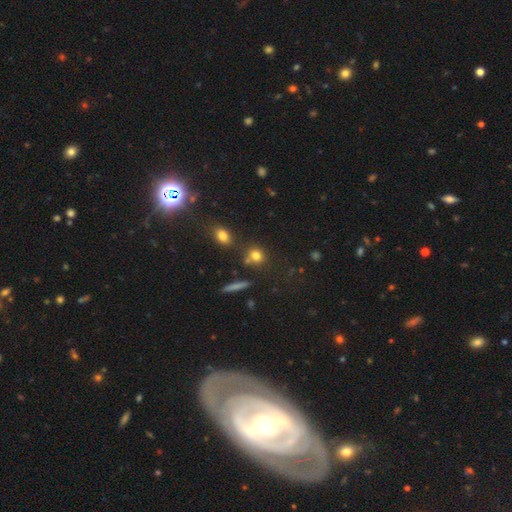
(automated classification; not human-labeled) Smooth or featured: smooth — 78% (star or artifact — 14%)
How rounded: round — 74% (in between — 22%)
Merging: none — 67% (merger — 17%)